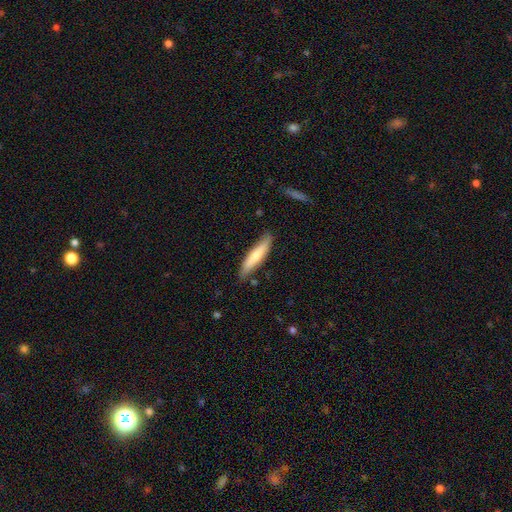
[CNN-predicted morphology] Smooth or featured? Predicted: smooth (p=0.66). How rounded? Predicted: cigar-shaped (p=0.82). Merging? Predicted: none (p=0.82).